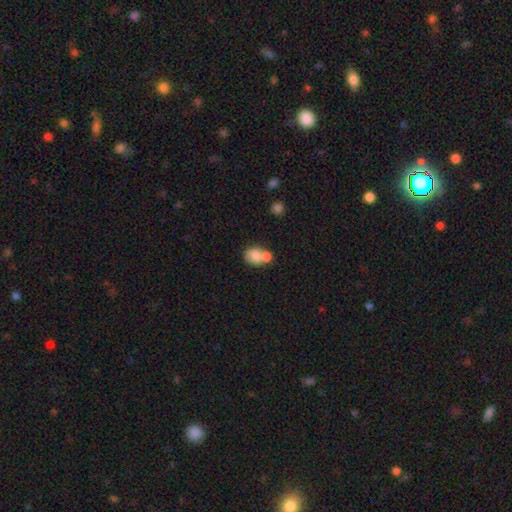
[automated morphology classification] A smooth galaxy with no disk features (75%) that is in between round and cigar-shaped (53%).

Vote fractions:
- Smooth or featured? smooth: 75% / featured or disk: 17% / star or artifact: 8%
- How rounded? in between: 53% / round: 46% / cigar-shaped: 1%
- Merging? merger: 59% / none: 26% / minor disturbance: 10% / major disturbance: 5%